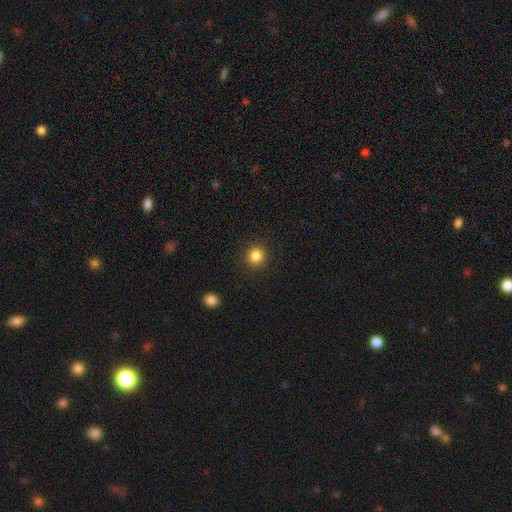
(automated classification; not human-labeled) smooth-or-featured: smooth: 85% | star or artifact: 11% | featured or disk: 4%
  how-rounded: round: 93% | in between: 6% | cigar-shaped: 1%
  merging: none: 91% | minor disturbance: 5% | major disturbance: 2% | merger: 1%